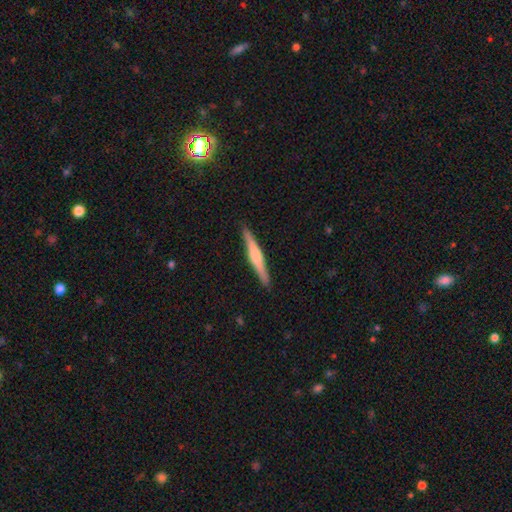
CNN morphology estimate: The model was most divided on "smooth or featured": featured or disk: 58%, smooth: 37%, star or artifact: 5%. More confident: edge-on disk — yes (98%); merging — none (91%); edge-on bulge — rounded (62%).